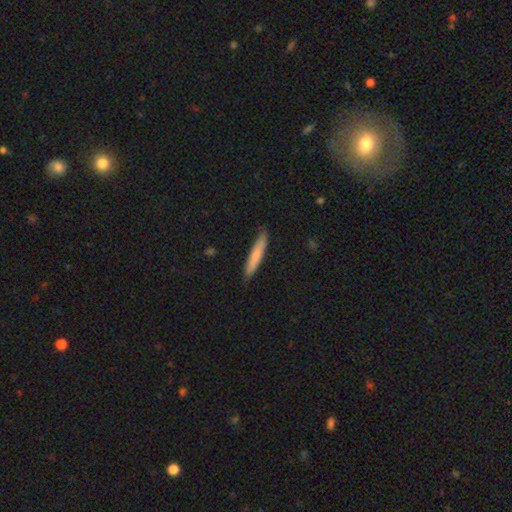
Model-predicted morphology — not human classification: This appears to be a smooth galaxy with no disk features (75%) that is cigar-shaped (92%). Merging: none (86%).